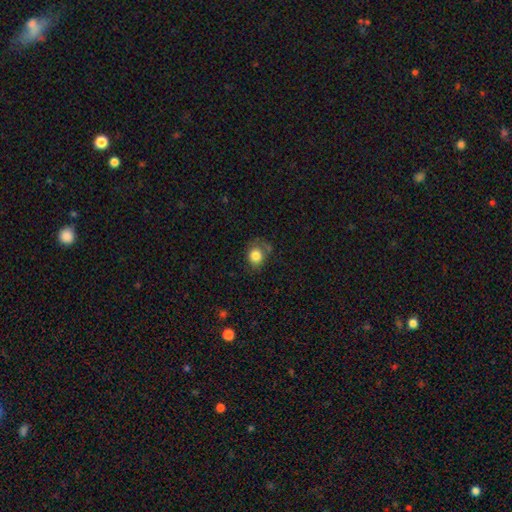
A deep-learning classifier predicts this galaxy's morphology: This appears to be a smooth galaxy with no disk features (80%) that is round (65%). Merging: none (51%).